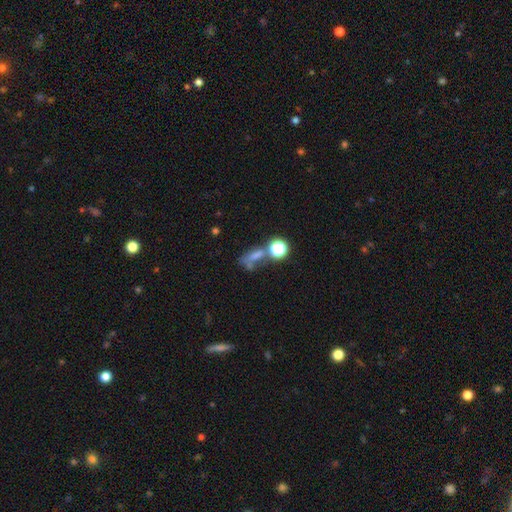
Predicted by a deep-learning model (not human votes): Overall: smooth (54%; star or artifact 26%). How rounded: in between (49%; round 27%). Merging: none (35%; merger 27%).